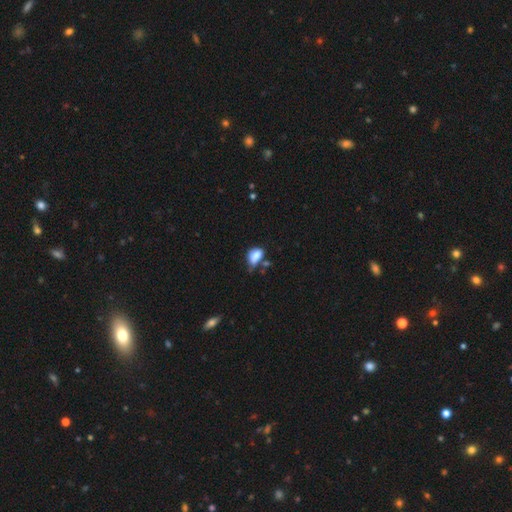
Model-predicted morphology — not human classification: A smooth galaxy with no disk features (80%) that is in between round and cigar-shaped (82%).

Vote fractions:
- Smooth or featured? smooth: 80% / featured or disk: 10% / star or artifact: 10%
- How rounded? in between: 82% / round: 16% / cigar-shaped: 2%
- Merging? minor disturbance: 34% / none: 33% / merger: 19% / major disturbance: 15%